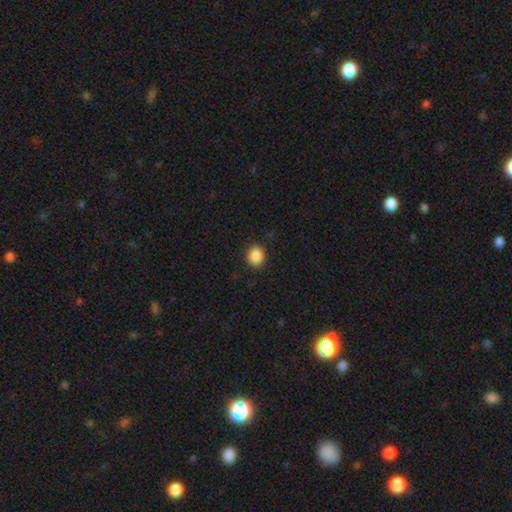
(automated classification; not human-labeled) This is clearly a smooth galaxy (88%). How rounded: likely round (73%). Merging: clearly none (90%).